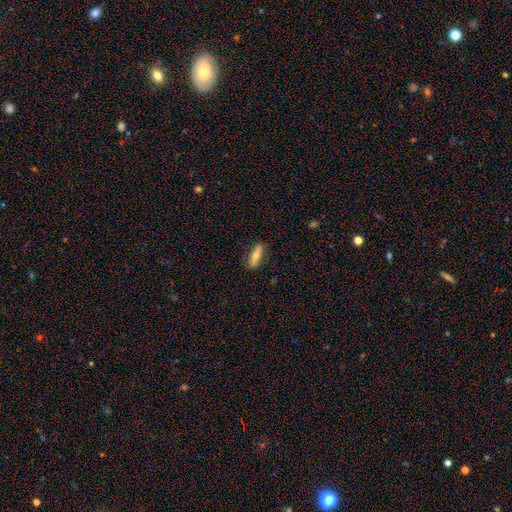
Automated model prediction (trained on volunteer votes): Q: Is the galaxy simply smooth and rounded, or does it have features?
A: smooth — 50%.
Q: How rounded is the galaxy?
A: cigar-shaped — 56%.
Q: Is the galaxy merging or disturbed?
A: none — 83%.